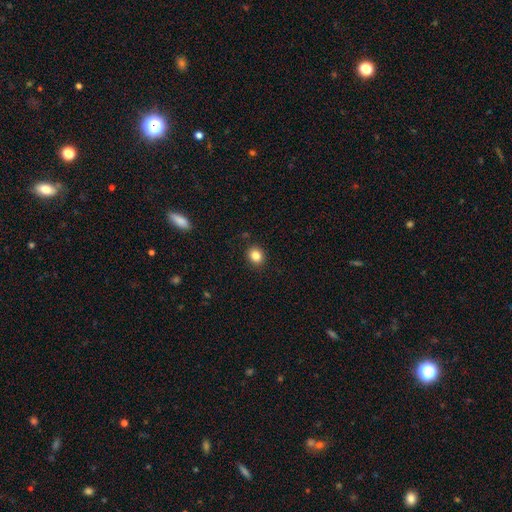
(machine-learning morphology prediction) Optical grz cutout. It shows a smooth galaxy with no disk features (84%) that is round (73%). Merging: none (90%).